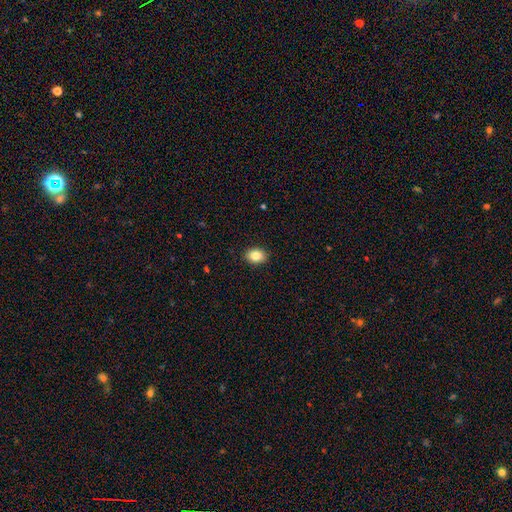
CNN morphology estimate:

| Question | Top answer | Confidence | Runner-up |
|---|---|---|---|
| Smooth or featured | smooth | 84% | star or artifact (9%) |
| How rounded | in between | 65% | round (34%) |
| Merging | none | 90% | minor disturbance (8%) |